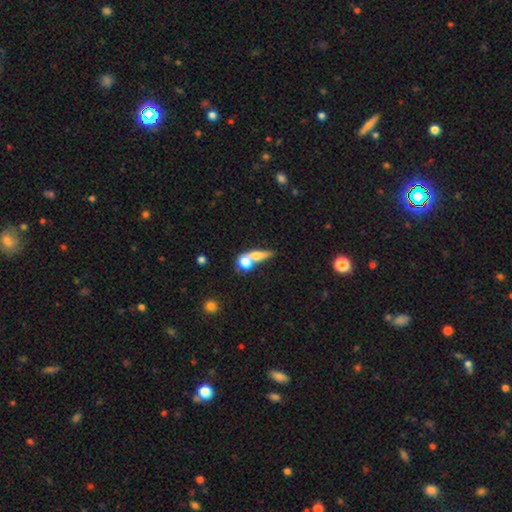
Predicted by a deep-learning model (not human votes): This appears to be a smooth galaxy with no disk features (65%) that is in between round and cigar-shaped (38%). Merging: merger (58%).